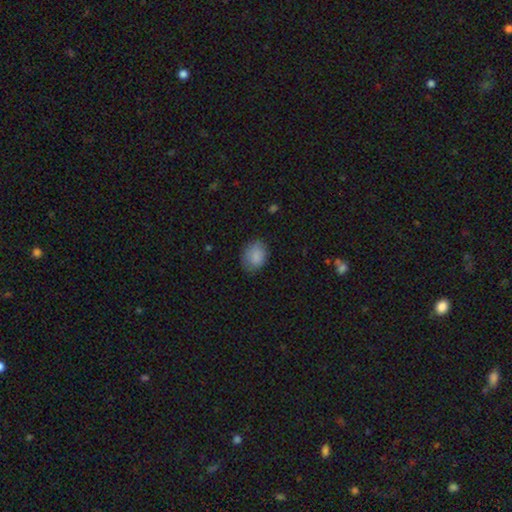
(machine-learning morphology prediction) Q: Smooth or featured?
A: smooth (84%); runner-up: featured or disk (8%)
Q: How rounded?
A: in between (65%); runner-up: round (34%)
Q: Merging?
A: none (74%); runner-up: minor disturbance (20%)